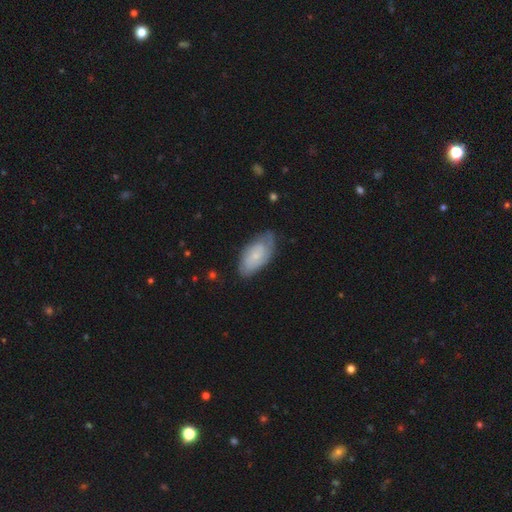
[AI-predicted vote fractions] smooth-or-featured: featured or disk: 56% | smooth: 37% | star or artifact: 6%
  disk-edge-on: no: 93% | yes: 7%
    bar: no: 69% | weak: 26% | strong: 4%
    has-spiral-arms: yes: 84% | no: 16%
    bulge-size: small: 73% | moderate: 19% | none: 6% | large: 1% | dominant: 1%
  merging: none: 64% | minor disturbance: 27% | major disturbance: 8% | merger: 2%